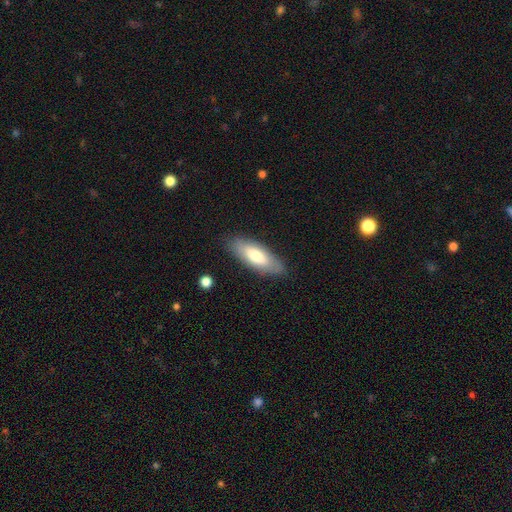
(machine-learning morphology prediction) smooth_or_featured: smooth (p=0.68) [alt: featured or disk p=0.26]
how_rounded: in between (p=0.69) [alt: cigar-shaped p=0.29]
merging: none (p=0.84) [alt: minor disturbance p=0.12]